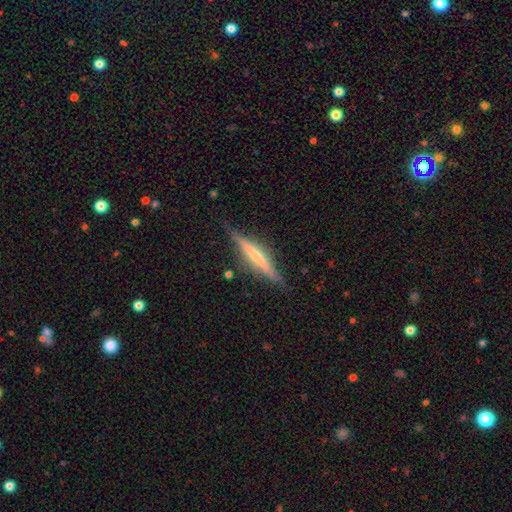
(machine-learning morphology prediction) smooth_or_featured: featured or disk (p=0.65) [alt: smooth p=0.29]
disk_edge_on: yes (p=0.97) [alt: no p=0.03]
edge_on_bulge: none (p=0.49) [alt: rounded p=0.36]
merging: none (p=0.85) [alt: minor disturbance p=0.11]